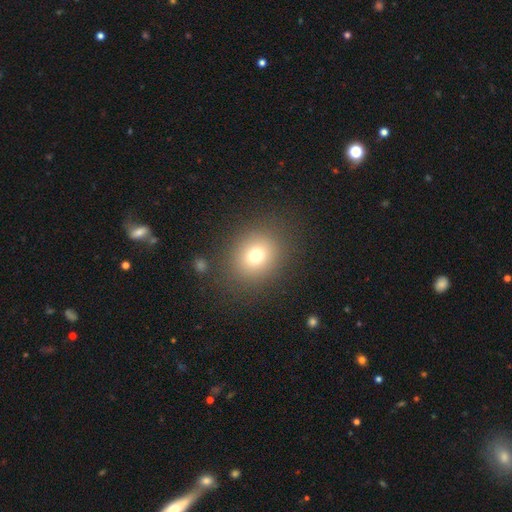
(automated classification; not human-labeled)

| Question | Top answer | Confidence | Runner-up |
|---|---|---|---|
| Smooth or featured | smooth | 74% | star or artifact (15%) |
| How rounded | round | 72% | in between (27%) |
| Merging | none | 85% | minor disturbance (8%) |